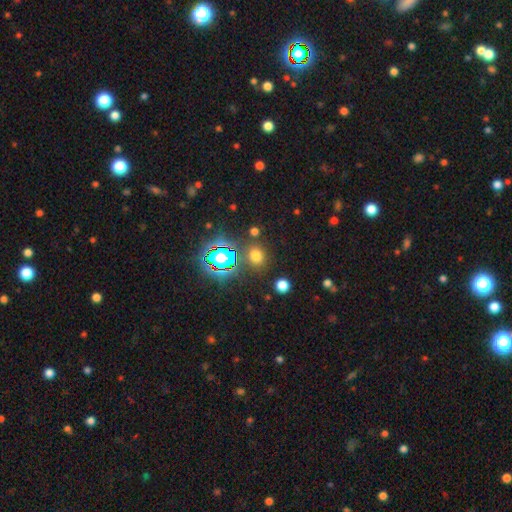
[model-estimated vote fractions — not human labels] Smooth or featured: smooth — 62% (star or artifact — 31%)
How rounded: round — 72% (in between — 27%)
Merging: none — 82% (minor disturbance — 8%)